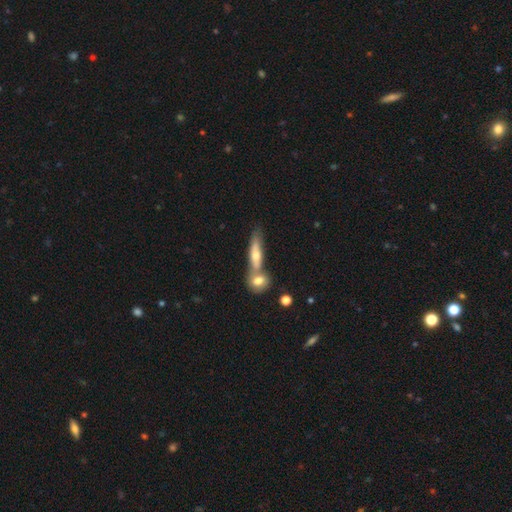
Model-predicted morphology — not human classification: Smooth or featured? Predicted: smooth (p=0.51). How rounded? Predicted: cigar-shaped (p=0.69). Merging? Predicted: merger (p=0.45).